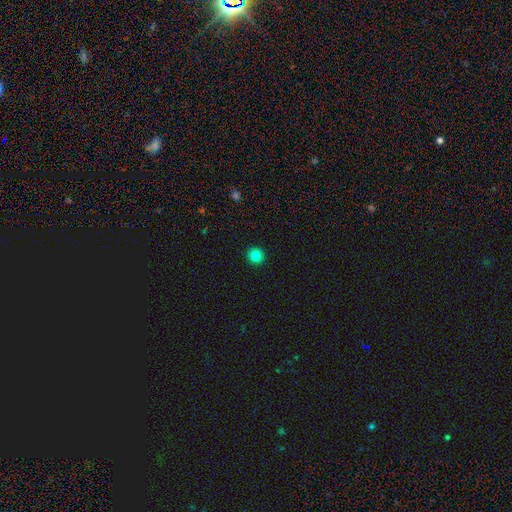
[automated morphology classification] Q: Smooth or featured?
A: smooth (83%); runner-up: star or artifact (12%)
Q: How rounded?
A: round (93%); runner-up: in between (6%)
Q: Merging?
A: none (93%); runner-up: minor disturbance (5%)